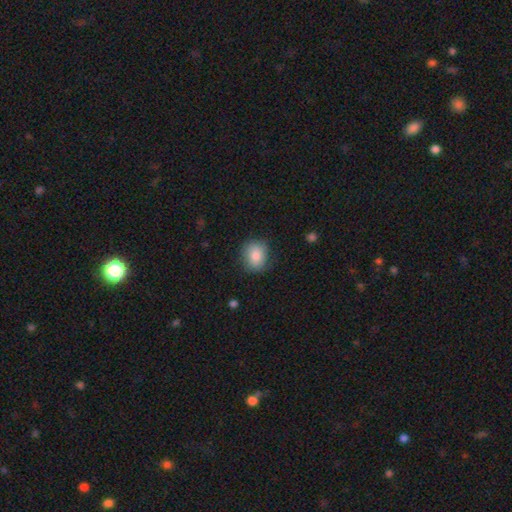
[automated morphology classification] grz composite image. It shows a smooth galaxy with no disk features (83%) that is round (59%). Merging: none (76%).